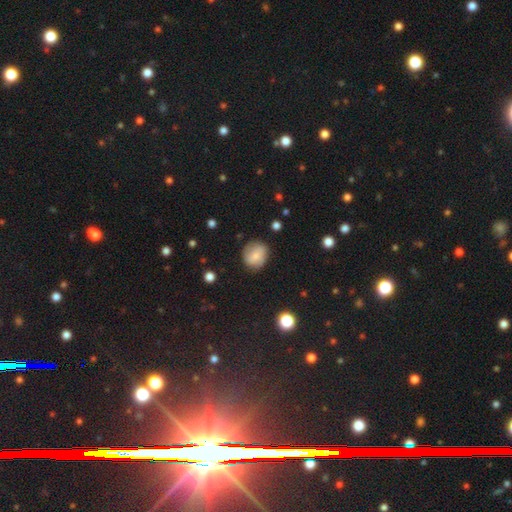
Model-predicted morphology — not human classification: Smooth or featured? smooth (68%)
How rounded? round (77%)
Merging? none (78%)